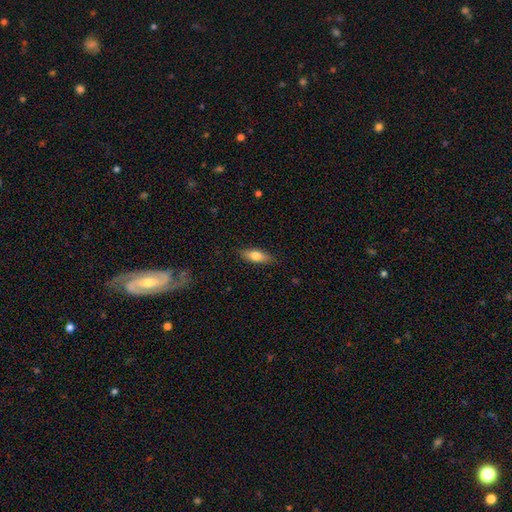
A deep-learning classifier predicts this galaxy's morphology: Smooth or featured? smooth (75%)
How rounded? in between (68%)
Merging? none (86%)